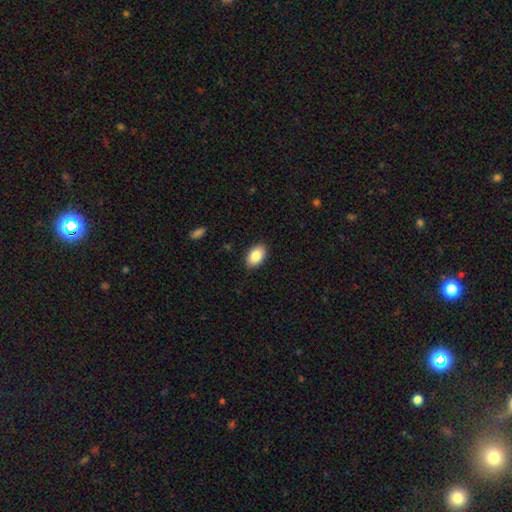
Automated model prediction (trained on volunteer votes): Smooth or featured?
  - smooth: 87% *
  - star or artifact: 7%
  - featured or disk: 6%
How rounded?
  - in between: 91% *
  - round: 8%
  - cigar-shaped: 1%
Merging?
  - none: 89% *
  - minor disturbance: 8%
  - major disturbance: 2%
  - merger: 1%